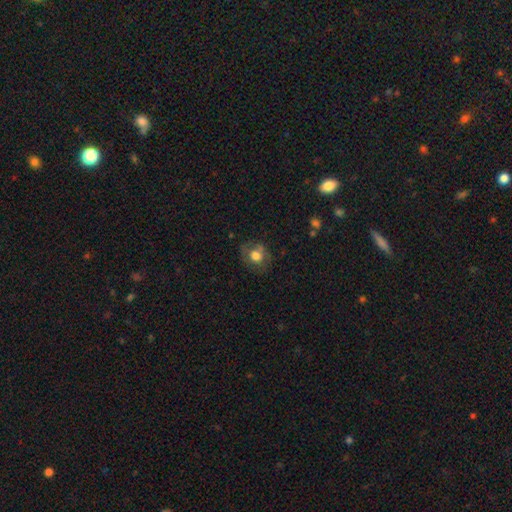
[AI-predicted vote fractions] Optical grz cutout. It shows a smooth galaxy with no disk features (66%) that is round (71%). Merging: none (71%).